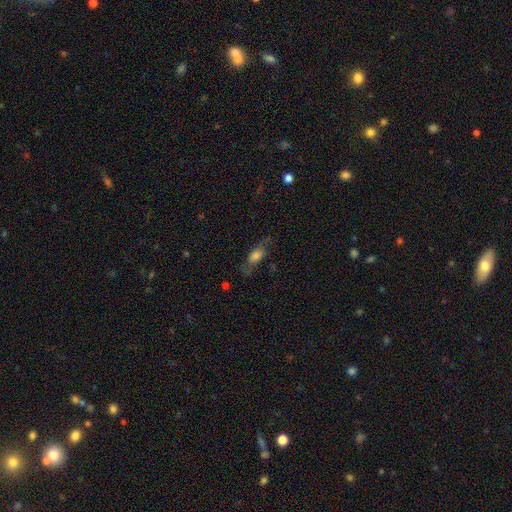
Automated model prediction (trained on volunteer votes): Smooth or featured: smooth — 62% (featured or disk — 29%)
How rounded: in between — 72% (cigar-shaped — 21%)
Merging: none — 63% (minor disturbance — 22%)